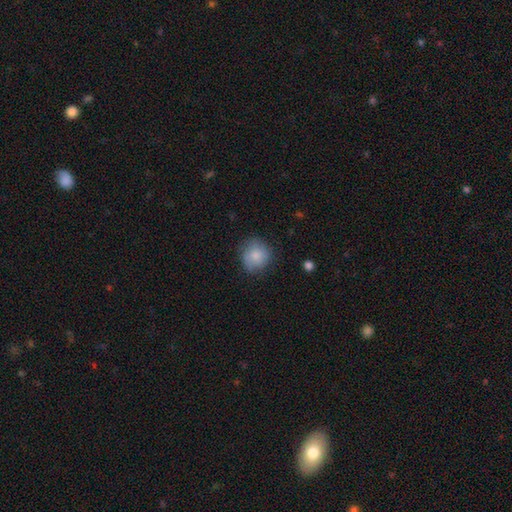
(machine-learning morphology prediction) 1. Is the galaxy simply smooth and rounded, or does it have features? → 82% smooth, 11% featured or disk, 7% star or artifact.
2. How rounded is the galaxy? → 88% round, 11% in between, 1% cigar-shaped.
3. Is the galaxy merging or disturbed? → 75% none, 19% minor disturbance, 5% major disturbance, 1% merger.